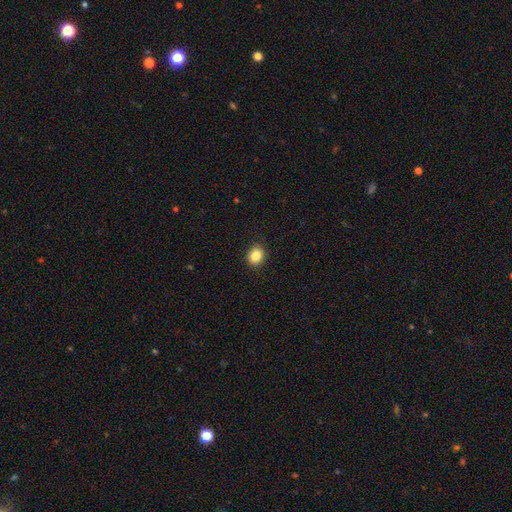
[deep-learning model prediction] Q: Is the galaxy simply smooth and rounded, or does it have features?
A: smooth — 85%.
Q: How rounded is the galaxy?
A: round — 71%.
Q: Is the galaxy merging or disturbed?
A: none — 90%.